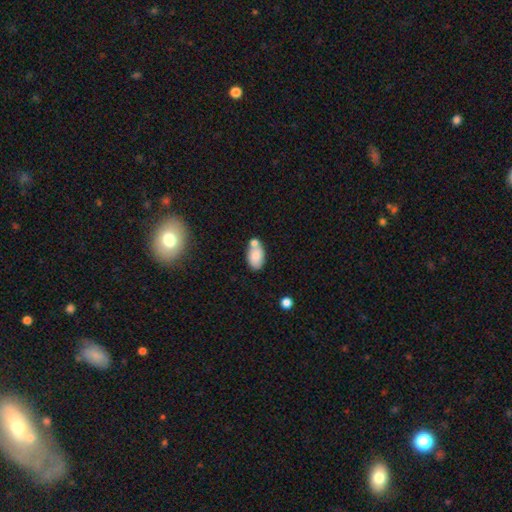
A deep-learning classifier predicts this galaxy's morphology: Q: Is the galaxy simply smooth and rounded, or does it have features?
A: smooth — 80%.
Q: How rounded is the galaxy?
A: in between — 91%.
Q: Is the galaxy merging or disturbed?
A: none — 48%.